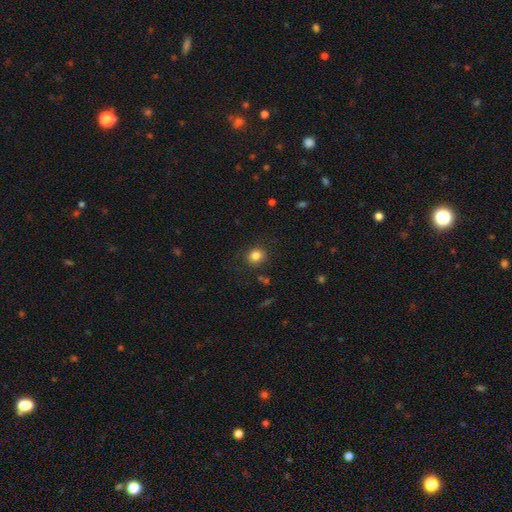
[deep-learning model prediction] Q: Smooth or featured?
A: smooth (83%); runner-up: star or artifact (11%)
Q: How rounded?
A: round (76%); runner-up: in between (23%)
Q: Merging?
A: none (83%); runner-up: minor disturbance (11%)